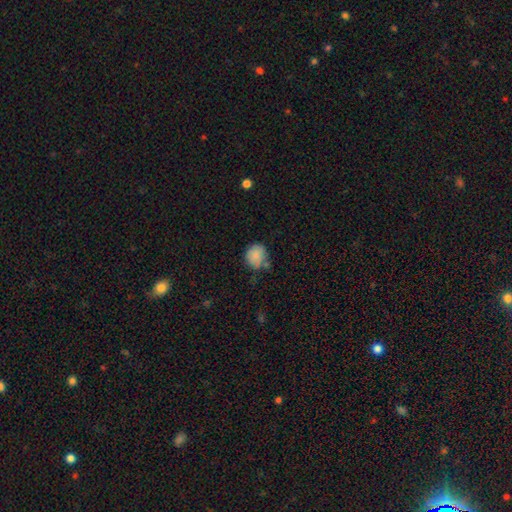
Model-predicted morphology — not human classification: smooth_or_featured: smooth (p=0.82) [alt: featured or disk p=0.10]
how_rounded: round (p=0.76) [alt: in between p=0.24]
merging: none (p=0.59) [alt: minor disturbance p=0.25]